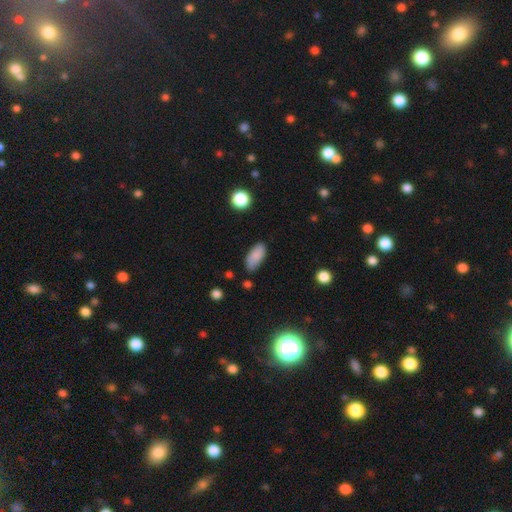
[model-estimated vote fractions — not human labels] Morphology: type=smooth (85%); roundness=in between (90%); merging=none (74%).